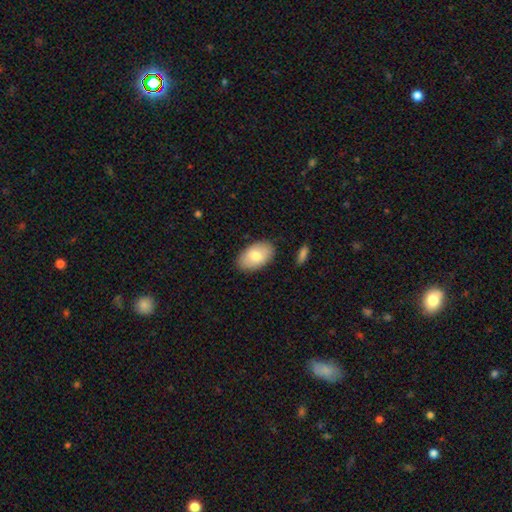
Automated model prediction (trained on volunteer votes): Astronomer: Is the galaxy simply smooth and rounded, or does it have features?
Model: smooth — 76%.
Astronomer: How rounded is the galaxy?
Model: in between — 93%.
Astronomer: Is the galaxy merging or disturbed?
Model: none — 85%.